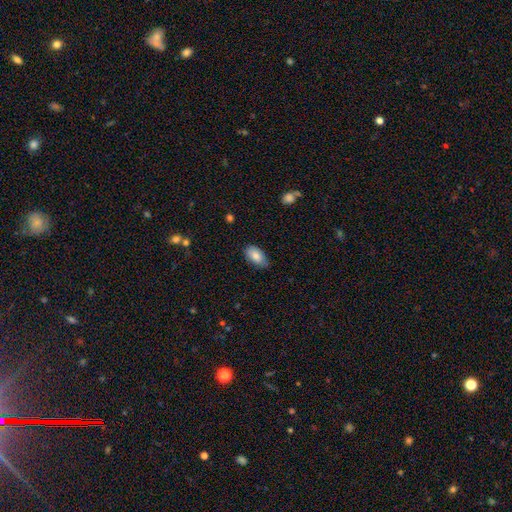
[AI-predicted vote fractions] Smooth or featured? Predicted: smooth (p=0.84). How rounded? Predicted: in between (p=0.93). Merging? Predicted: none (p=0.75).